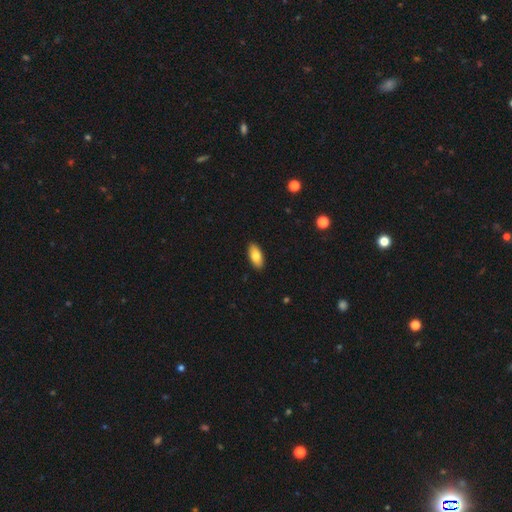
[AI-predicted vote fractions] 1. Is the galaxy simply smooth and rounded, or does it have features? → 81% smooth, 13% featured or disk, 6% star or artifact.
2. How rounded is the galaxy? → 89% in between, 8% cigar-shaped, 2% round.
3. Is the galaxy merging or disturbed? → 90% none, 7% minor disturbance, 2% major disturbance, 1% merger.